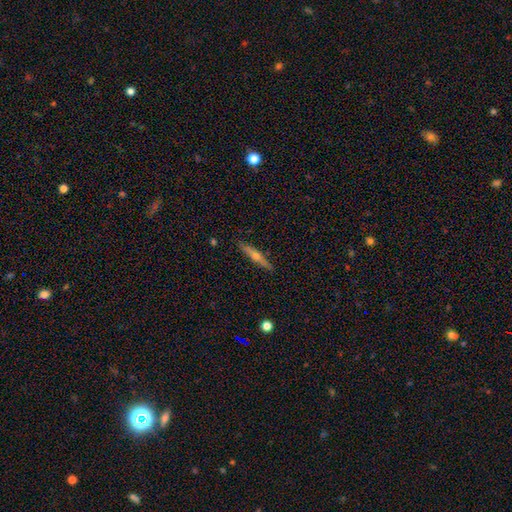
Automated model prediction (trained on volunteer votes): Overall: featured or disk (63%; smooth 30%). Edge-on disk: yes (96%). Edge-on bulge: rounded (88%). Merging: none (90%).